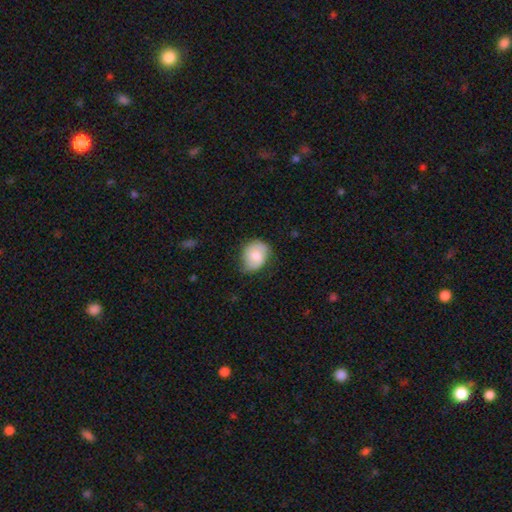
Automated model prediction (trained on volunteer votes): Overall: smooth (70%). How rounded: in between (52%; round 48%). Merging: none (60%; minor disturbance 31%).